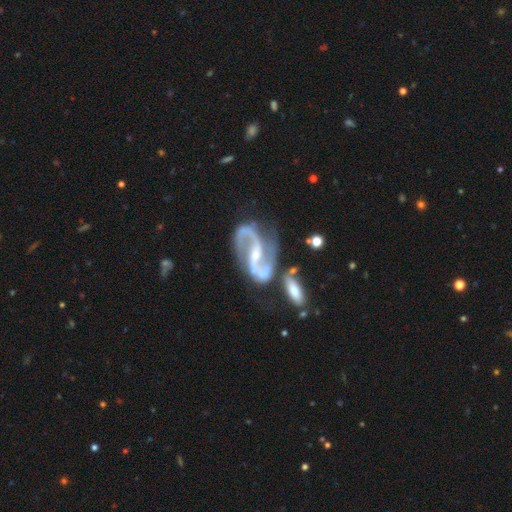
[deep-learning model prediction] Smooth or featured?
  - featured or disk: 92% *
  - star or artifact: 5%
  - smooth: 3%
Edge-on disk?
  - no: 97% *
  - yes: 3%
Bar?
  - strong: 41% *
  - weak: 39%
  - no: 20%
Spiral arms?
  - yes: 98% *
  - no: 2%
Spiral winding?
  - medium: 52% *
  - loose: 36%
  - tight: 12%
Spiral arm count?
  - 2: 94% *
  - can't tell: 2%
  - 1: 1%
  - 3: 1%
  - 4: 1%
  - more than 4: 1%
Bulge size?
  - small: 60% *
  - moderate: 31%
  - none: 6%
  - large: 2%
  - dominant: 1%
Merging?
  - none: 53% *
  - merger: 20%
  - minor disturbance: 18%
  - major disturbance: 9%